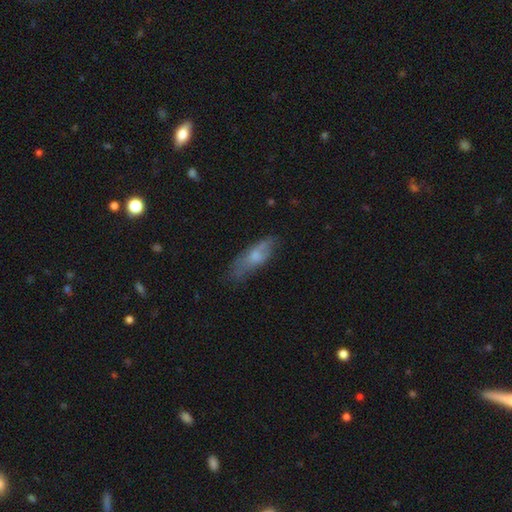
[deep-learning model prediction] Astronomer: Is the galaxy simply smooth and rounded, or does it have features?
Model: smooth — 60%.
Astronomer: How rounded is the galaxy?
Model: in between — 57% (runner-up: cigar-shaped, 41%).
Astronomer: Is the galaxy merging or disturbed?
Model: none — 57%.